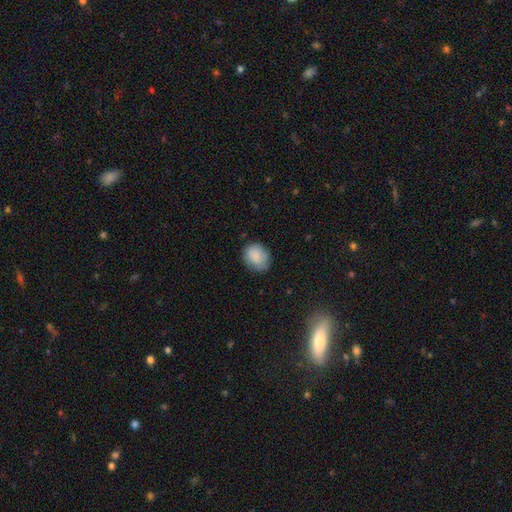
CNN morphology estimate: Smooth or featured?
  - smooth: 87% *
  - star or artifact: 7%
  - featured or disk: 6%
How rounded?
  - in between: 50% *
  - round: 49%
  - cigar-shaped: 1%
Merging?
  - none: 75% *
  - minor disturbance: 20%
  - major disturbance: 4%
  - merger: 1%